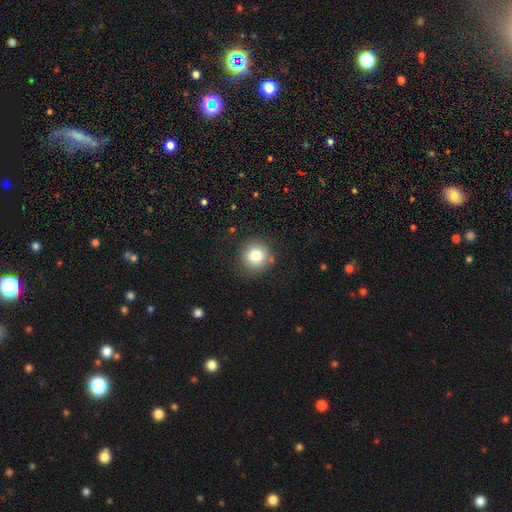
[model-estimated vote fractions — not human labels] Morphology: type=smooth (81%); roundness=round (93%); merging=none (86%).